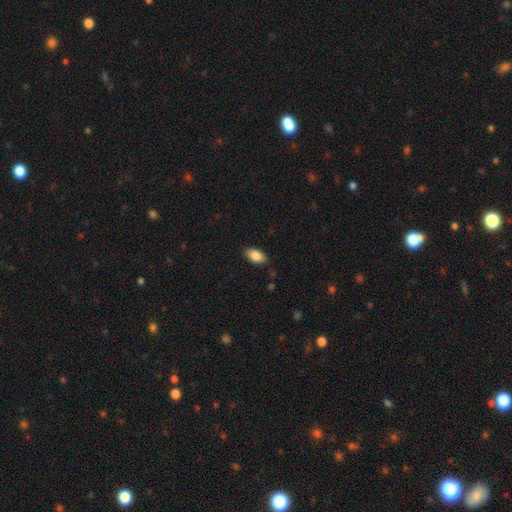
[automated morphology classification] A smooth galaxy with no disk features (85%) that is in between round and cigar-shaped (92%).

Vote fractions:
- Smooth or featured? smooth: 85% / featured or disk: 7% / star or artifact: 7%
- How rounded? in between: 92% / round: 5% / cigar-shaped: 3%
- Merging? none: 84% / minor disturbance: 12% / major disturbance: 2% / merger: 1%